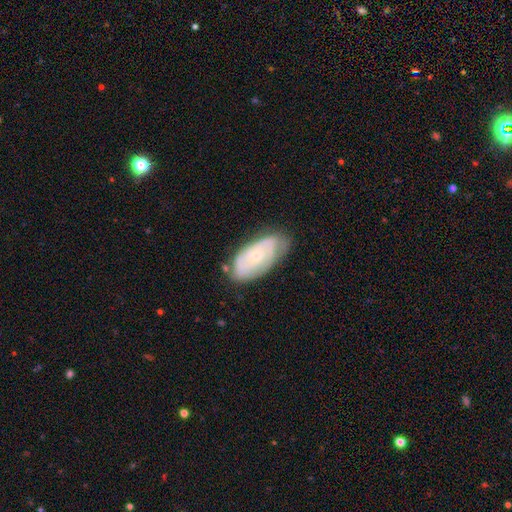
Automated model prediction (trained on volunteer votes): Morphology: type=featured or disk (67%); edge-on=no (93%); bar=no (72%); spiral arms=yes (83%); winding=tight (60%); arm count=can't tell (42%); bulge=small (68%); merging=none (69%).